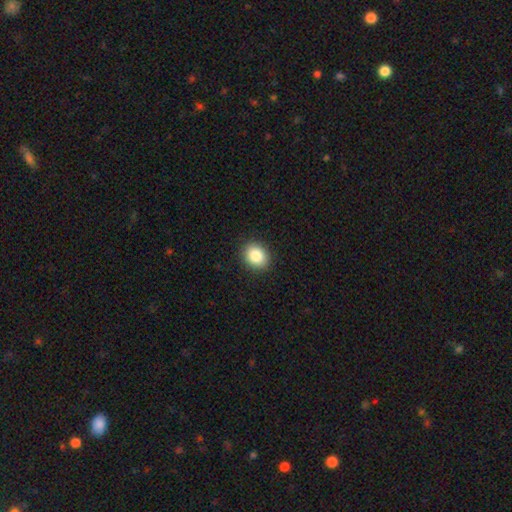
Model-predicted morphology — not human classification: Overall: smooth (85%). How rounded: round (60%; in between 39%). Merging: none (90%).